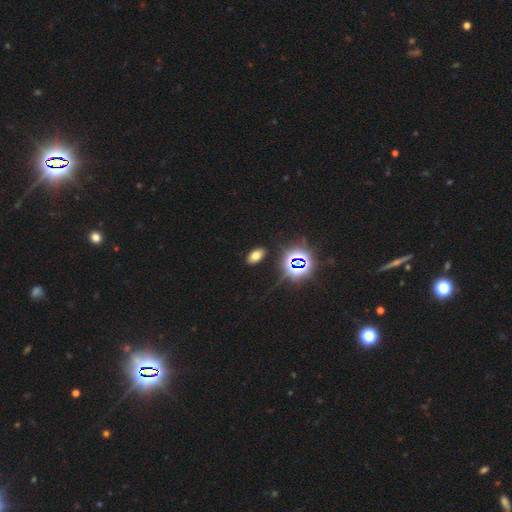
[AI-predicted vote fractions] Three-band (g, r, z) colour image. It shows a smooth galaxy with no disk features (63%) that is in between round and cigar-shaped (91%). Merging: none (88%).